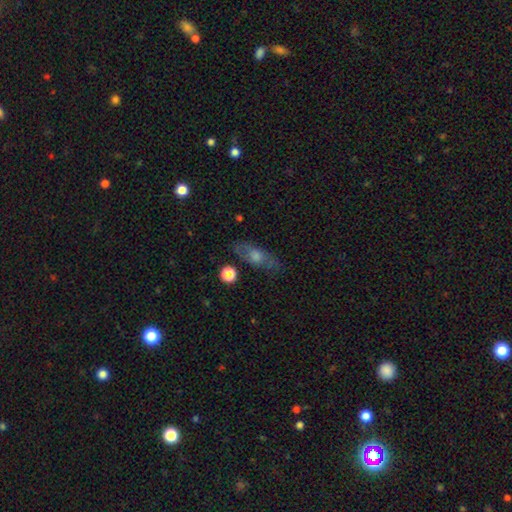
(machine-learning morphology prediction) Smooth or featured? Predicted: featured or disk (p=0.44). Merging? Predicted: none (p=0.80).